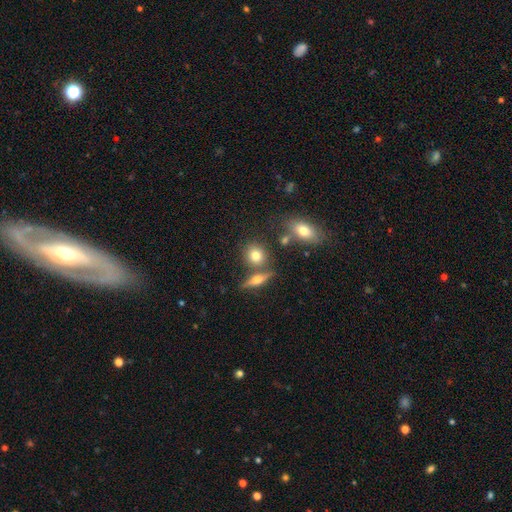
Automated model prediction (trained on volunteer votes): smooth-or-featured: smooth: 74% | featured or disk: 15% | star or artifact: 11%
  how-rounded: round: 72% | in between: 25% | cigar-shaped: 3%
  merging: none: 66% | merger: 19% | minor disturbance: 11% | major disturbance: 4%